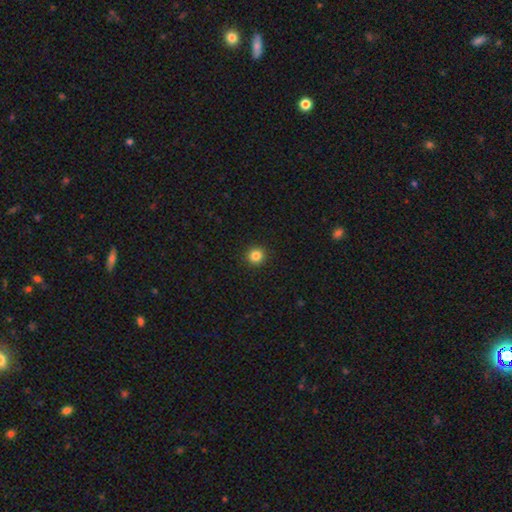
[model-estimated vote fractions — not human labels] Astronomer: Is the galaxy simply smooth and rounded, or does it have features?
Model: smooth — 84%.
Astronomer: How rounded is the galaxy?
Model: round — 95%.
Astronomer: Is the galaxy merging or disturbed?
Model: none — 93%.